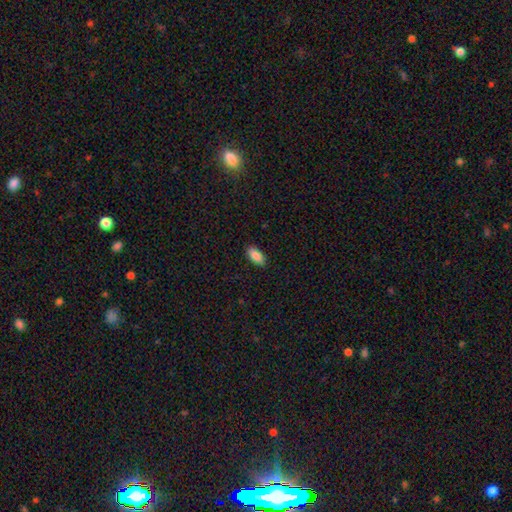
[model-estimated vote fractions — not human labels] Smooth or featured? Predicted: smooth (p=0.88). How rounded? Predicted: in between (p=0.90). Merging? Predicted: none (p=0.89).